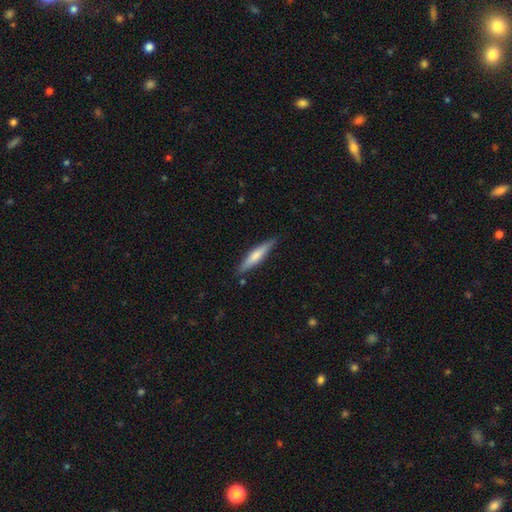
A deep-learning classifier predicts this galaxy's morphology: type=smooth (60%); roundness=cigar-shaped (88%); merging=none (85%).